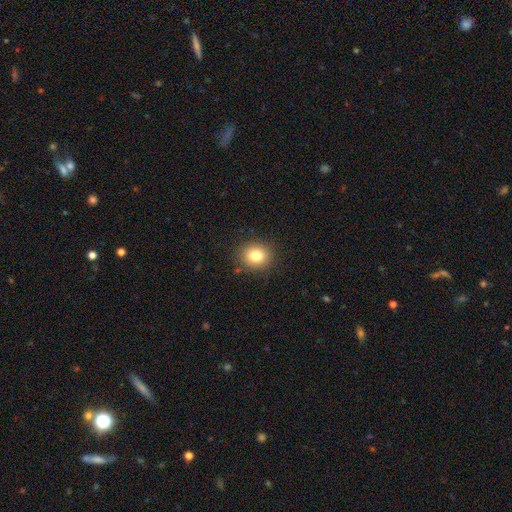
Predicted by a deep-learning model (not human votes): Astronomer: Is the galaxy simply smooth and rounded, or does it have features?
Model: smooth — 79%.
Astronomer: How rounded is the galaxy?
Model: round — 77%.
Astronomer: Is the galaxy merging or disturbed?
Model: none — 87%.